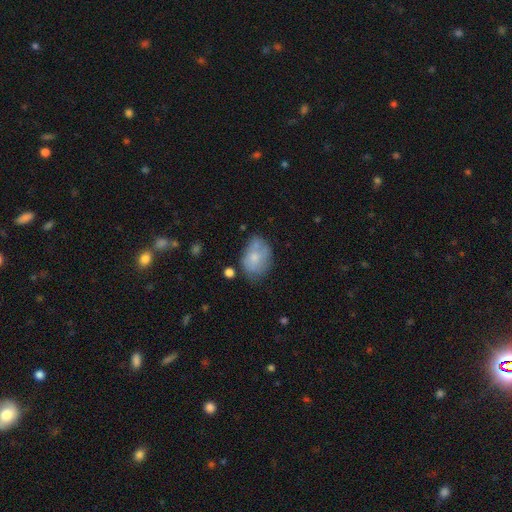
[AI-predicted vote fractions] A smooth galaxy with no disk features (65%) that is in between round and cigar-shaped (75%).

Vote fractions:
- Smooth or featured? smooth: 65% / featured or disk: 27% / star or artifact: 8%
- How rounded? in between: 75% / round: 24% / cigar-shaped: 1%
- Merging? none: 48% / minor disturbance: 31% / major disturbance: 12% / merger: 9%